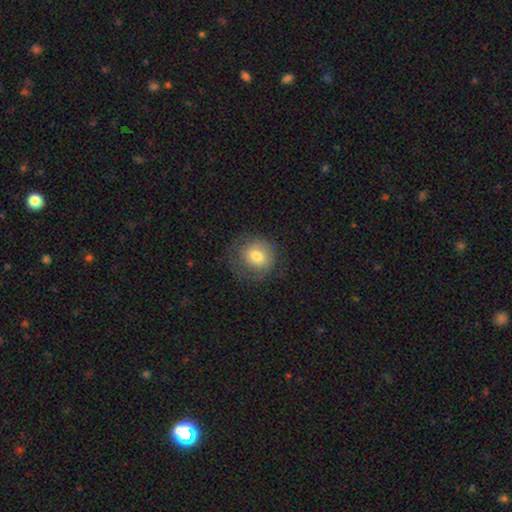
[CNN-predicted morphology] Smooth or featured: smooth — 72% (featured or disk — 19%)
How rounded: round — 83% (in between — 16%)
Merging: none — 66% (minor disturbance — 20%)